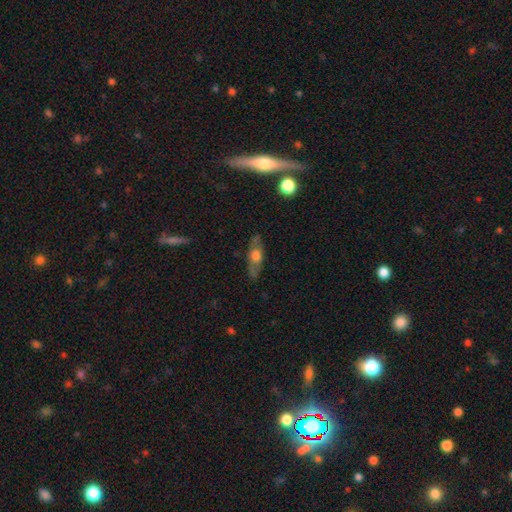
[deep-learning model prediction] A featured or disk galaxy (50%). Merging: none (78%).